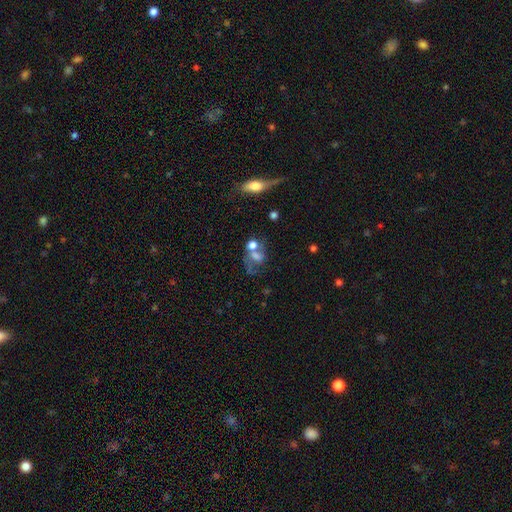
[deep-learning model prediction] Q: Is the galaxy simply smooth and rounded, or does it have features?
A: smooth — 45%.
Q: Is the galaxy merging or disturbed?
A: merger — 36%.